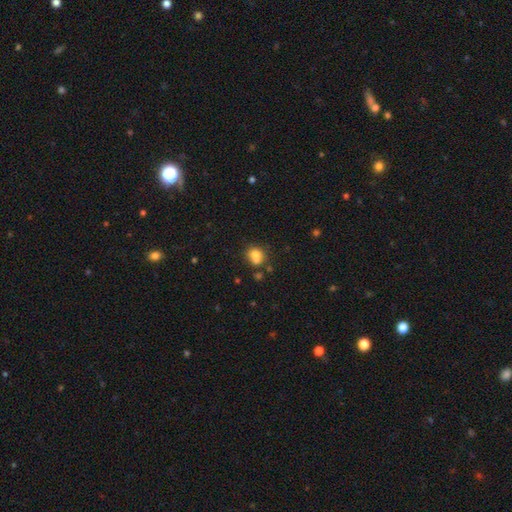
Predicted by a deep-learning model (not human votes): Smooth or featured? Predicted: smooth (p=0.76). How rounded? Predicted: round (p=0.66). Merging? Predicted: none (p=0.46).